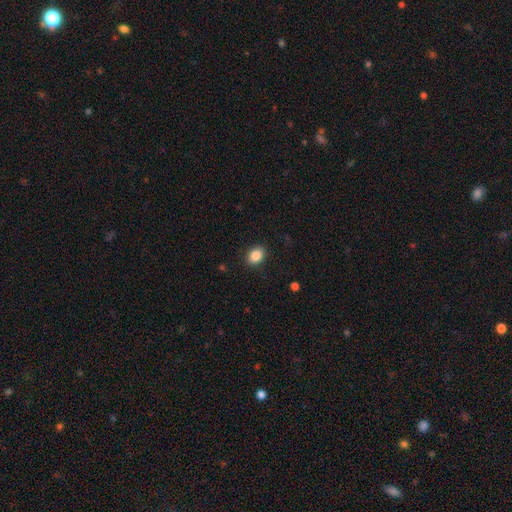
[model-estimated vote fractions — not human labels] Morphology: type=smooth (87%); roundness=in between (61%); merging=none (89%).